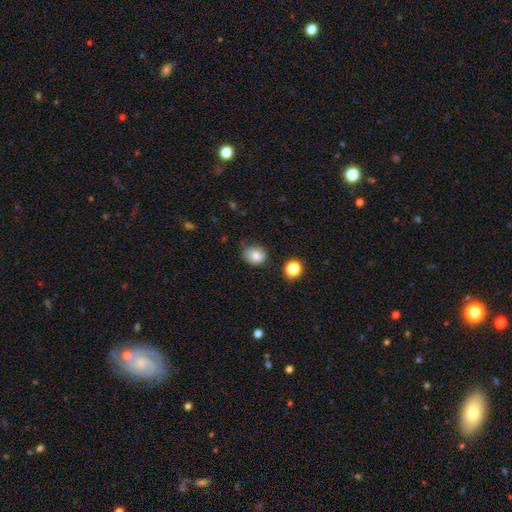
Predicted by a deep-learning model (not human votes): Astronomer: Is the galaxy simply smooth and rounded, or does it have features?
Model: smooth — 80%.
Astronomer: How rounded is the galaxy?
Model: round — 57% (runner-up: in between, 42%).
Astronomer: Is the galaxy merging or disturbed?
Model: none — 68%.